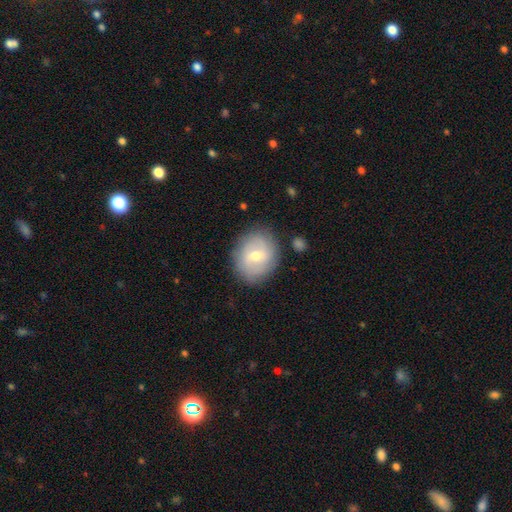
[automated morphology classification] type=smooth (47%); merging=none (81%).